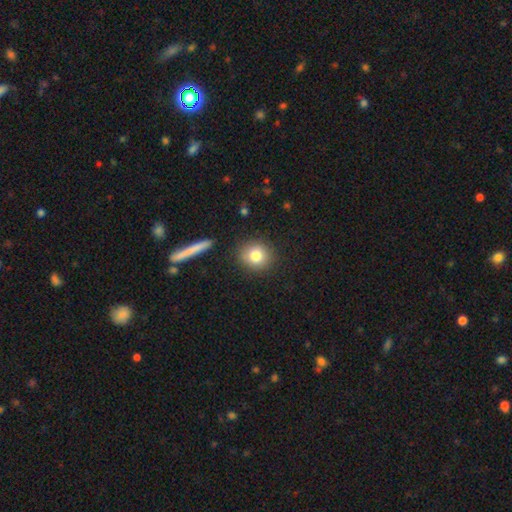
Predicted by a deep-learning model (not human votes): smooth-or-featured: smooth: 81% | featured or disk: 10% | star or artifact: 9%
  how-rounded: round: 85% | in between: 14% | cigar-shaped: 1%
  merging: none: 87% | minor disturbance: 8% | major disturbance: 3% | merger: 2%